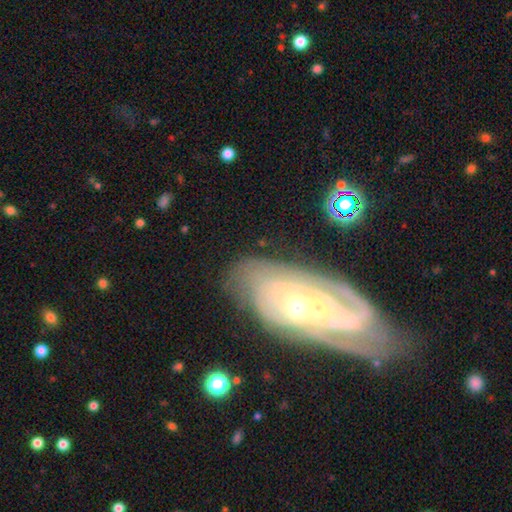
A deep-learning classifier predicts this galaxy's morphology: Overall: featured or disk (81%). Edge-on disk: no (91%). Bar: no (66%). Spiral arms: yes (93%). Spiral arm count: can't tell (34%; 2 24%). Spiral winding: tight (74%). Bulge size: small (68%). Merging: none (72%).